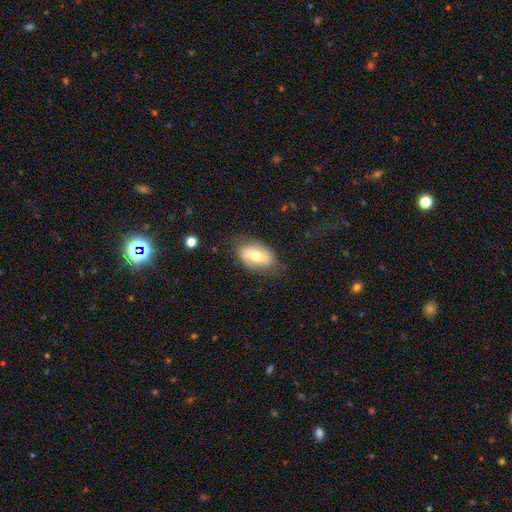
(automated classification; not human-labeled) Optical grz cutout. It shows a smooth galaxy with no disk features (62%) that is in between round and cigar-shaped (91%). Merging: none (75%).